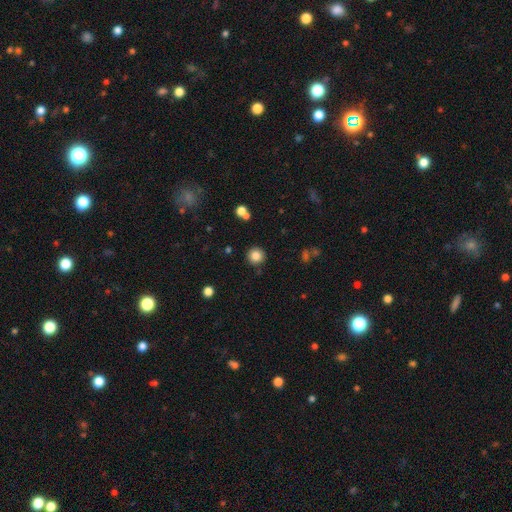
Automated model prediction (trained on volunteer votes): The model was most divided on "smooth or featured": smooth: 85%, star or artifact: 11%, featured or disk: 5%. More confident: how rounded — round (94%); merging — none (89%).